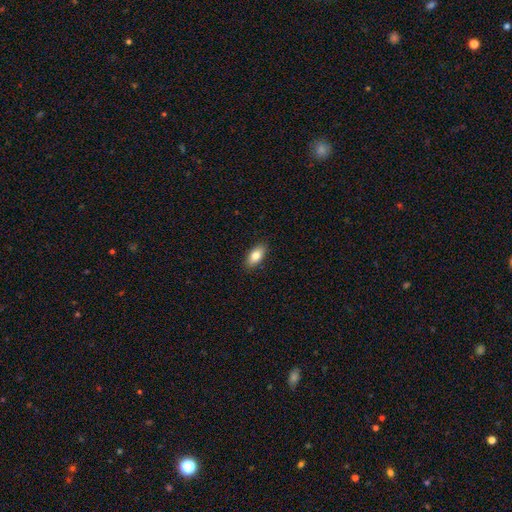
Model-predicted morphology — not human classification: A smooth galaxy with no disk features (81%) that is in between round and cigar-shaped (89%).

Vote fractions:
- Smooth or featured? smooth: 81% / featured or disk: 11% / star or artifact: 7%
- How rounded? in between: 89% / cigar-shaped: 7% / round: 4%
- Merging? none: 89% / minor disturbance: 9% / major disturbance: 2% / merger: 1%